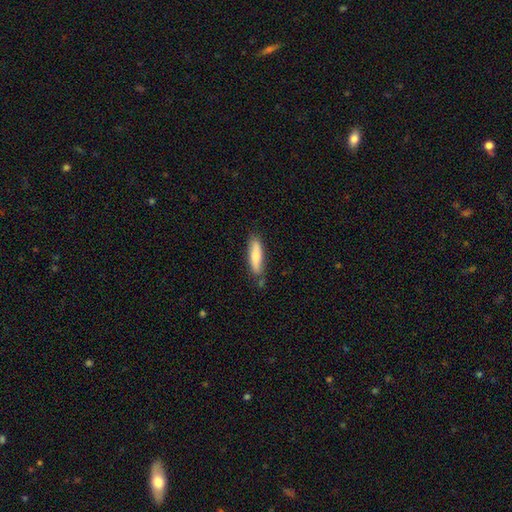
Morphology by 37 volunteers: smooth 84%, featured or disk 14%, star or artifact 3%. Down the decision tree: how rounded — cigar-shaped (87%); merging — none (86%).